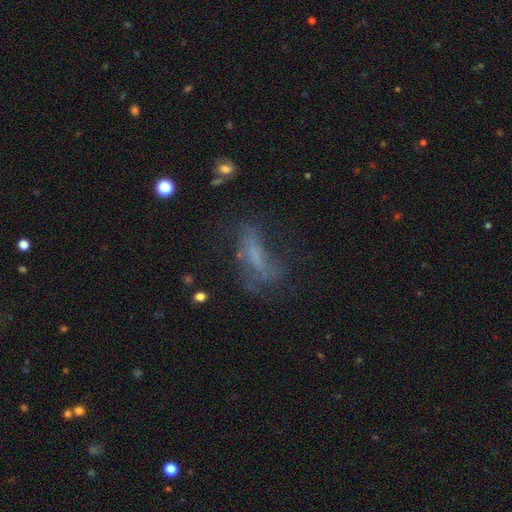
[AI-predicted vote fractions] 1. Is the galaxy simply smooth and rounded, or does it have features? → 41% featured or disk, 40% smooth, 19% star or artifact.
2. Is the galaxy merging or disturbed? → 44% none, 28% major disturbance, 24% minor disturbance, 4% merger.